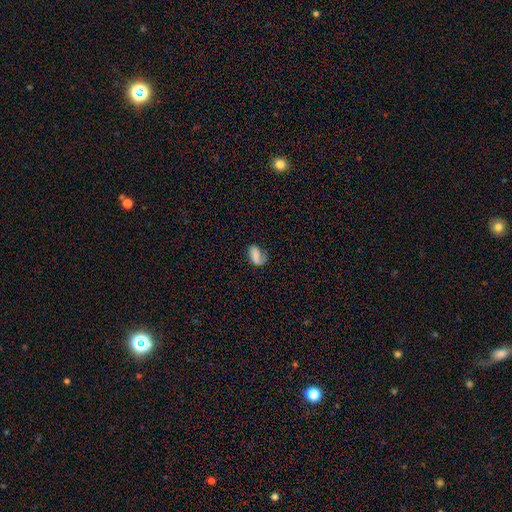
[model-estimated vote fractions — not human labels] Smooth or featured? Predicted: smooth (p=0.67). How rounded? Predicted: in between (p=0.87). Merging? Predicted: none (p=0.51).